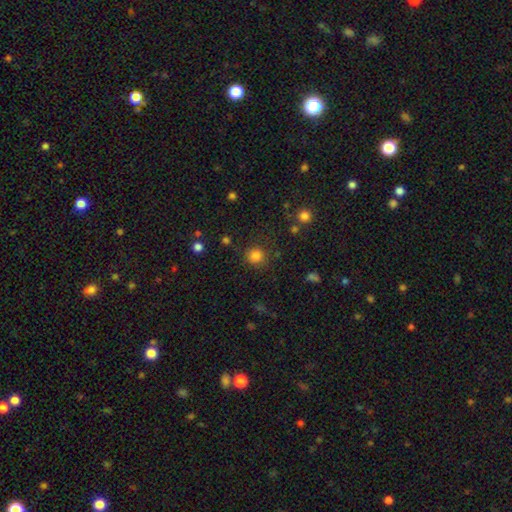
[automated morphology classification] A smooth galaxy with no disk features (82%) that is round (92%).

Vote fractions:
- Smooth or featured? smooth: 82% / star or artifact: 13% / featured or disk: 5%
- How rounded? round: 92% / in between: 7% / cigar-shaped: 1%
- Merging? none: 86% / minor disturbance: 8% / major disturbance: 3% / merger: 2%